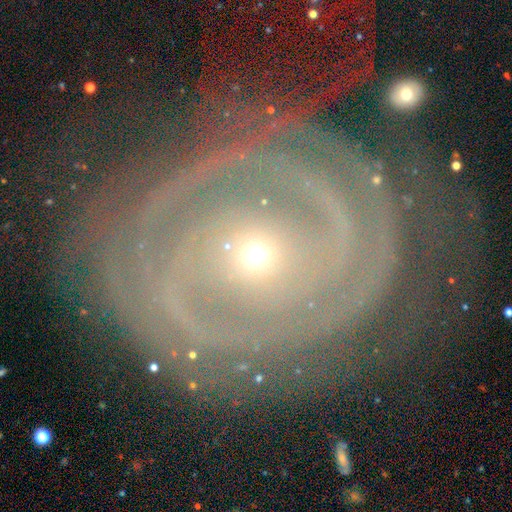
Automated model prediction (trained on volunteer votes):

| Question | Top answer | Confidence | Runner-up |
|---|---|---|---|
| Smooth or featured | featured or disk | 88% | smooth (6%) |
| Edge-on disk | no | 97% | yes (3%) |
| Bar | no | 69% | weak (20%) |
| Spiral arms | yes | 93% | no (7%) |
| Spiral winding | tight | 72% | medium (22%) |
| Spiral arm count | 2 | 53% | can't tell (16%) |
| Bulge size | small | 75% | moderate (21%) |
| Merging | none | 74% | minor disturbance (14%) |